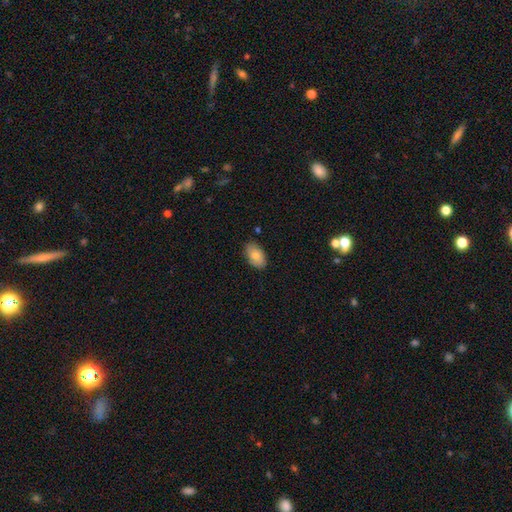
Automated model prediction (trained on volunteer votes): Overall: smooth (82%). How rounded: in between (93%). Merging: none (85%).